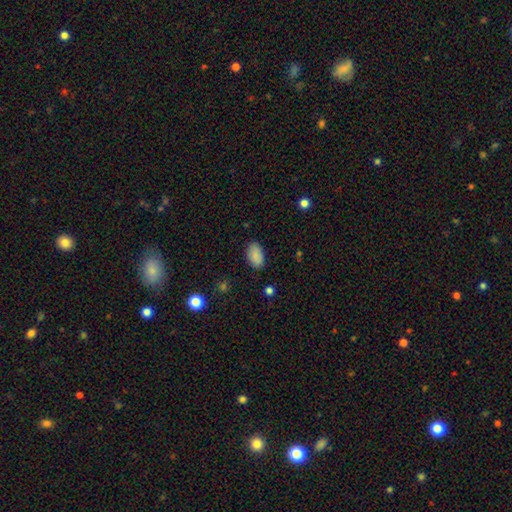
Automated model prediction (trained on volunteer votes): Smooth or featured?
  - smooth: 88% *
  - star or artifact: 8%
  - featured or disk: 4%
How rounded?
  - in between: 93% *
  - round: 5%
  - cigar-shaped: 1%
Merging?
  - none: 86% *
  - minor disturbance: 11%
  - major disturbance: 3%
  - merger: 1%